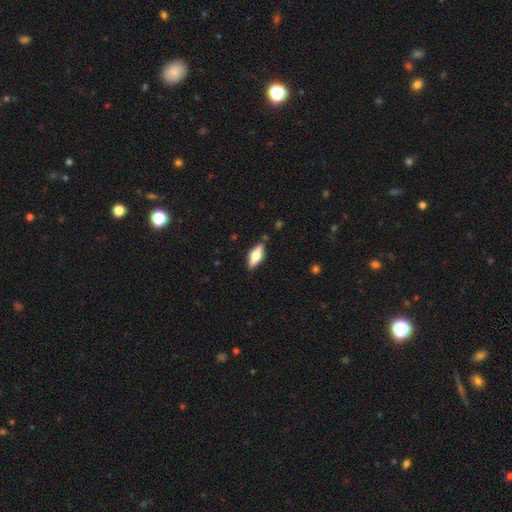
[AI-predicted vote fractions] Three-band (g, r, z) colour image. It shows a smooth galaxy with no disk features (53%) that is in between round and cigar-shaped (67%). Merging: none (85%).